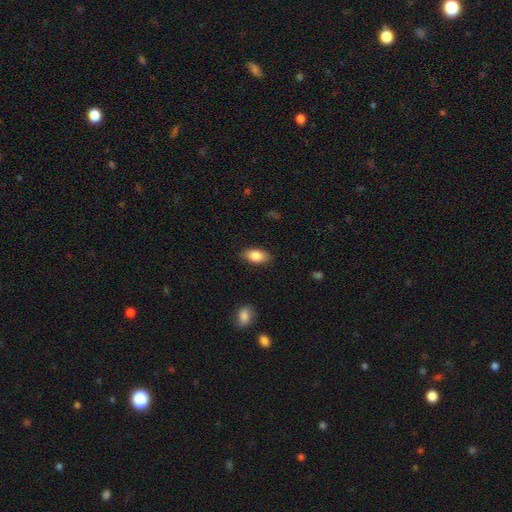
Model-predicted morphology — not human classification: The model was most divided on "merging": none: 86%, minor disturbance: 11%, major disturbance: 2%, merger: 1%. More confident: how rounded — in between (91%); smooth or featured — smooth (85%).